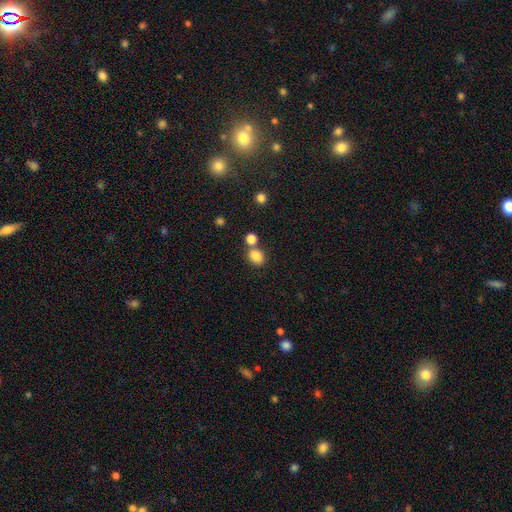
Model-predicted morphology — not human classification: Smooth or featured: smooth — 84% (star or artifact — 11%)
How rounded: in between — 52% (round — 47%)
Merging: none — 62% (merger — 24%)